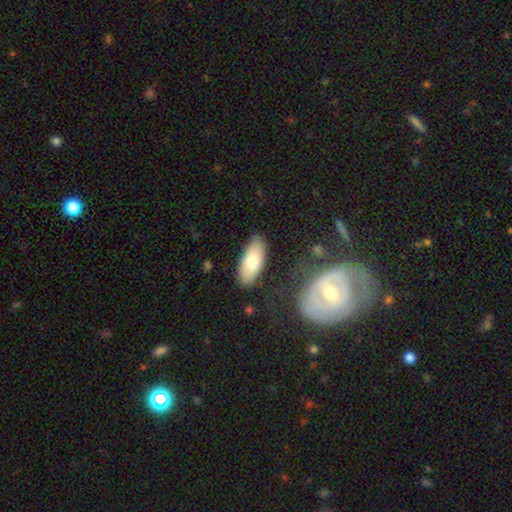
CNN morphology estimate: smooth-or-featured: smooth: 54% | featured or disk: 37% | star or artifact: 9%
  how-rounded: in between: 84% | cigar-shaped: 10% | round: 5%
  merging: none: 69% | minor disturbance: 18% | major disturbance: 6% | merger: 6%